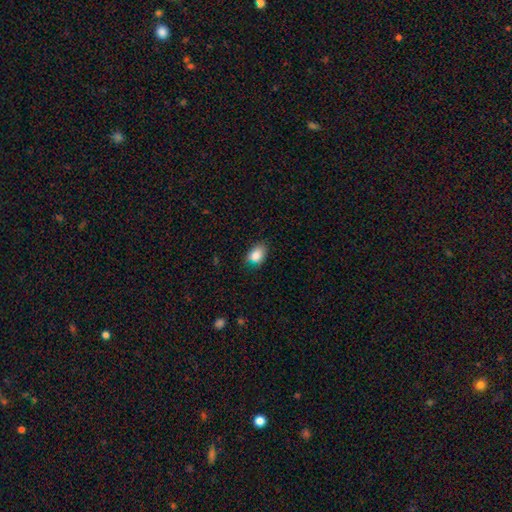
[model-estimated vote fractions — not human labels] smooth_or_featured: smooth (p=0.85) [alt: star or artifact p=0.09]
how_rounded: in between (p=0.81) [alt: round p=0.18]
merging: none (p=0.69) [alt: minor disturbance p=0.24]